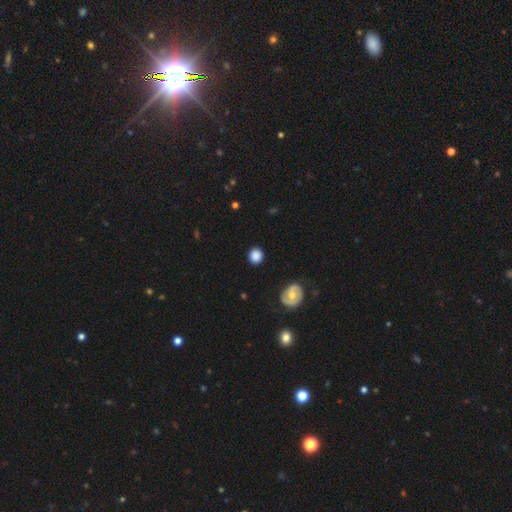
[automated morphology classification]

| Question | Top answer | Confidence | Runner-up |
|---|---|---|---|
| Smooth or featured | smooth | 85% | star or artifact (8%) |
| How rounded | round | 81% | in between (18%) |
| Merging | none | 86% | minor disturbance (9%) |